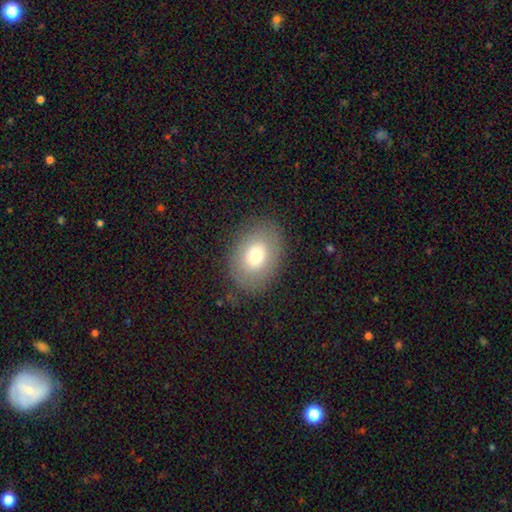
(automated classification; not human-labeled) Smooth or featured?
  - smooth: 69% *
  - featured or disk: 20%
  - star or artifact: 11%
How rounded?
  - in between: 67% *
  - round: 33%
  - cigar-shaped: 1%
Merging?
  - none: 82% *
  - minor disturbance: 12%
  - major disturbance: 5%
  - merger: 1%